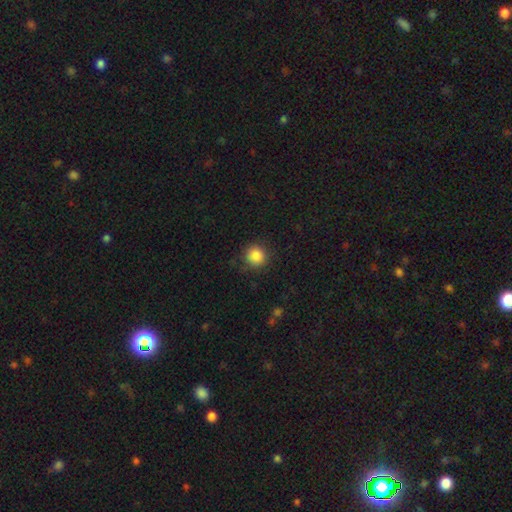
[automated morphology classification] Smooth or featured? smooth (86%)
How rounded? round (92%)
Merging? none (83%)